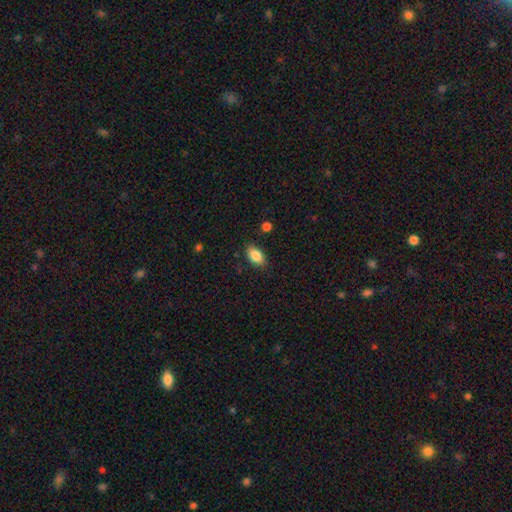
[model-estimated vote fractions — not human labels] Overall: smooth (86%). How rounded: in between (91%). Merging: none (85%).